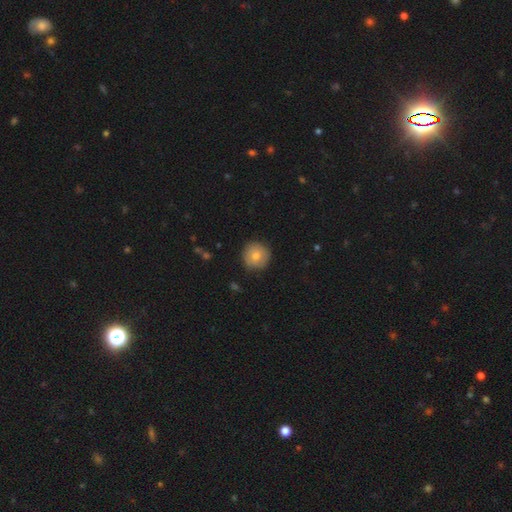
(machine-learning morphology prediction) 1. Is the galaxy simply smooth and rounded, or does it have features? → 75% smooth, 17% featured or disk, 8% star or artifact.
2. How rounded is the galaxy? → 95% round, 4% in between, 1% cigar-shaped.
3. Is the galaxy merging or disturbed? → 87% none, 10% minor disturbance, 2% major disturbance, 1% merger.